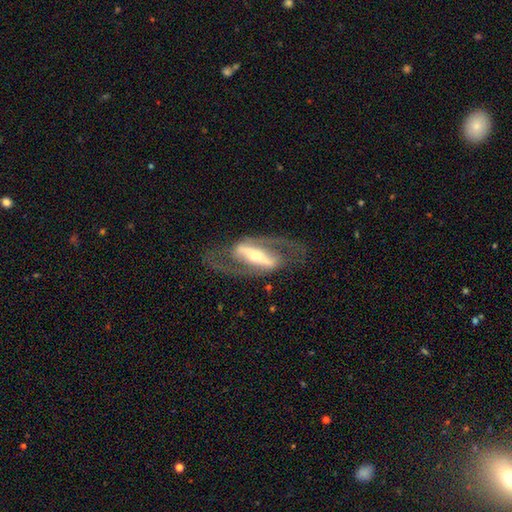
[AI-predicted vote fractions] Smooth or featured?
  - featured or disk: 87% *
  - smooth: 8%
  - star or artifact: 4%
Edge-on disk?
  - no: 88% *
  - yes: 12%
Bar?
  - strong: 74% *
  - weak: 16%
  - no: 10%
Spiral arms?
  - yes: 85% *
  - no: 15%
Spiral winding?
  - medium: 50% *
  - loose: 32%
  - tight: 18%
Spiral arm count?
  - 2: 90% *
  - can't tell: 5%
  - 1: 2%
  - 3: 1%
  - 4: 1%
  - more than 4: 1%
Bulge size?
  - moderate: 45% * (tied)
  - small: 45% * (tied)
  - large: 7%
  - dominant: 2%
  - none: 1%
Merging?
  - none: 71% *
  - major disturbance: 14%
  - minor disturbance: 13%
  - merger: 2%